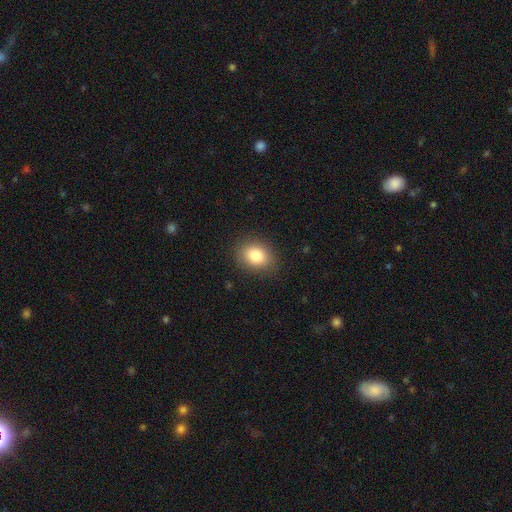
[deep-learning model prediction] Smooth or featured? smooth (81%)
How rounded? in between (52%)
Merging? none (87%)